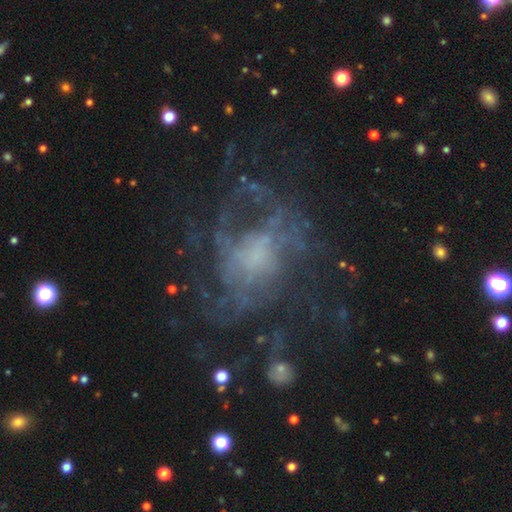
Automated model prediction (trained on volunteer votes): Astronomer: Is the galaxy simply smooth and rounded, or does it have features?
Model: featured or disk — 72%.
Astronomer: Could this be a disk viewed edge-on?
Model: no — 97%.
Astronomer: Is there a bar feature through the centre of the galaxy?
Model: no — 70%.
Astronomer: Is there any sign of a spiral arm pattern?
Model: yes — 67%.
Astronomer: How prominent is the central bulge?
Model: none — 35% (runner-up: small, 26%).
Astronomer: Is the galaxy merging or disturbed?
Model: none — 53% (runner-up: major disturbance, 29%).